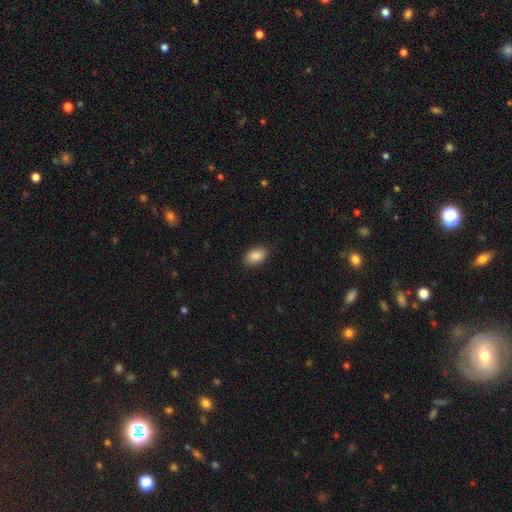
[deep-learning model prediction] The model was most divided on "merging": none: 85%, minor disturbance: 11%, major disturbance: 3%, merger: 1%. More confident: how rounded — in between (91%); smooth or featured — smooth (89%).